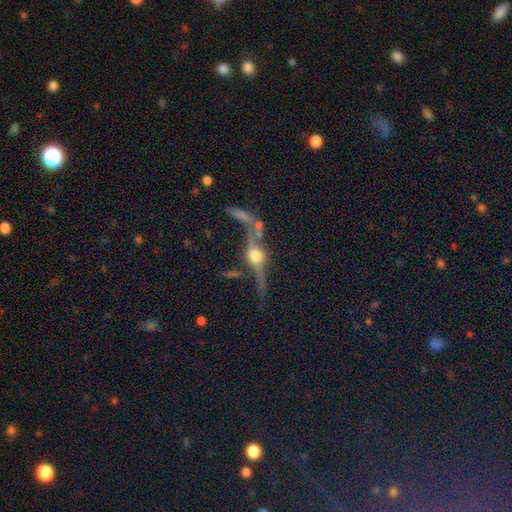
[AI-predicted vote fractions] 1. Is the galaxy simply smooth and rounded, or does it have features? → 81% featured or disk, 10% smooth, 9% star or artifact.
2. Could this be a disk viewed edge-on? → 88% yes, 12% no.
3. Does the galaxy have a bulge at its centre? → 96% rounded, 3% boxy, 2% none.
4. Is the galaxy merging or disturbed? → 64% none, 15% minor disturbance, 13% merger, 8% major disturbance.